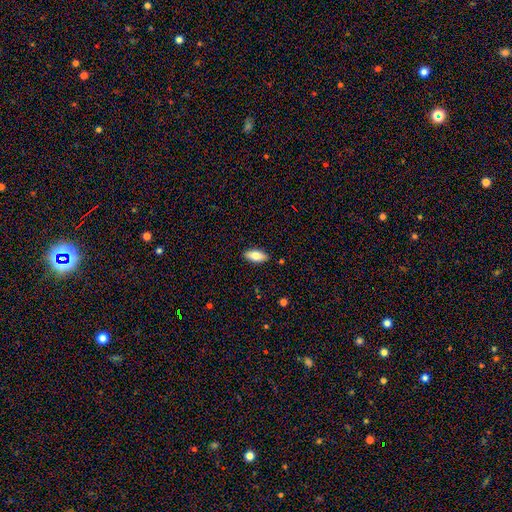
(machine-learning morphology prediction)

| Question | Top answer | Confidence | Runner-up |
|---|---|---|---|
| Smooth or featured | smooth | 79% | featured or disk (15%) |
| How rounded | in between | 88% | cigar-shaped (10%) |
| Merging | none | 88% | minor disturbance (9%) |